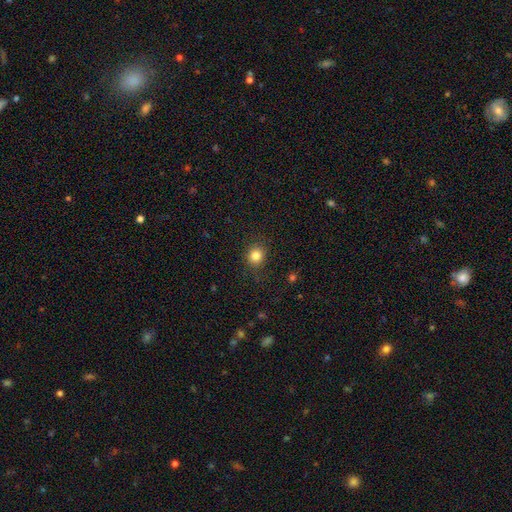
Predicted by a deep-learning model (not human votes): Smooth or featured?
  - smooth: 82% *
  - star or artifact: 12%
  - featured or disk: 6%
How rounded?
  - round: 84% *
  - in between: 15%
  - cigar-shaped: 1%
Merging?
  - none: 87% *
  - minor disturbance: 9%
  - major disturbance: 3%
  - merger: 1%